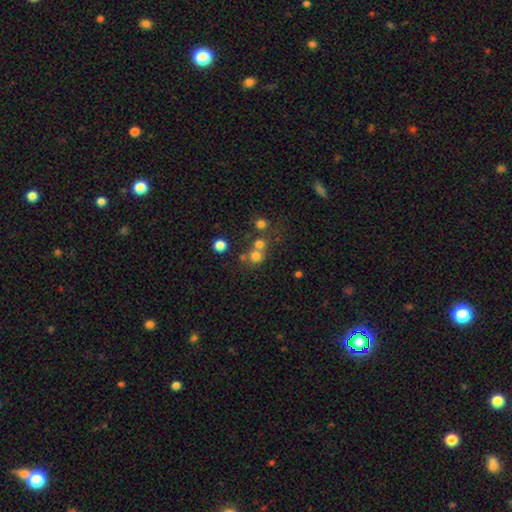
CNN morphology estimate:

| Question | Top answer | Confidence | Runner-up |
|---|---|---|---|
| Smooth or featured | smooth | 71% | star or artifact (18%) |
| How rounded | round | 86% | in between (13%) |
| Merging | none | 50% | merger (39%) |